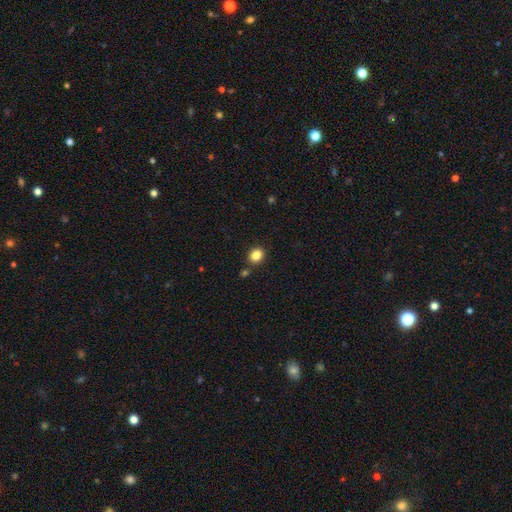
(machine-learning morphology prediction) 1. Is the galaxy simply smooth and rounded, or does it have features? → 85% smooth, 11% star or artifact, 4% featured or disk.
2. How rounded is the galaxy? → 62% round, 37% in between, 1% cigar-shaped.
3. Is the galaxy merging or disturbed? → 83% none, 9% minor disturbance, 6% merger, 2% major disturbance.